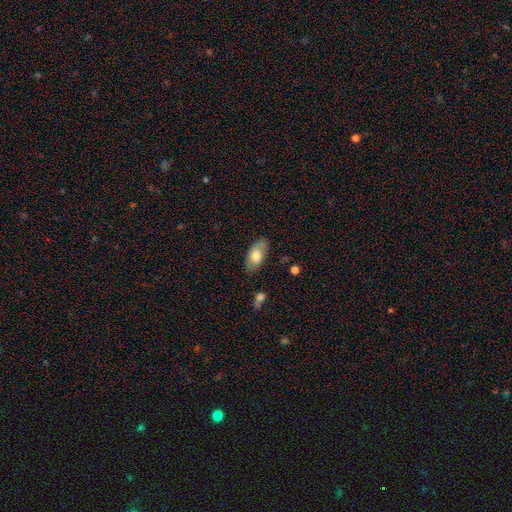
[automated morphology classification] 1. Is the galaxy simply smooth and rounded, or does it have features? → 72% smooth, 22% featured or disk, 6% star or artifact.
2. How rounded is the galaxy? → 92% in between, 4% cigar-shaped, 4% round.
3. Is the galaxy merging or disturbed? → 79% none, 16% minor disturbance, 3% major disturbance, 2% merger.